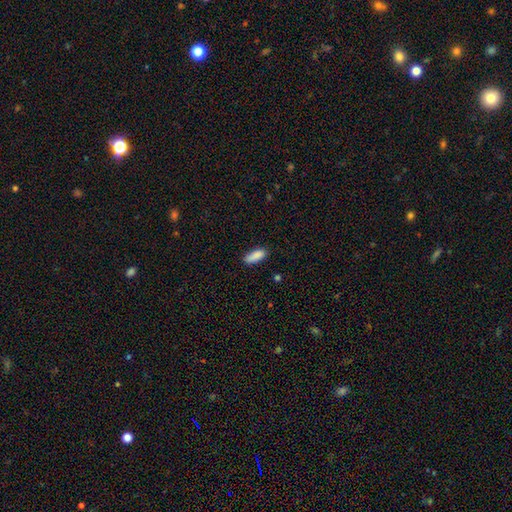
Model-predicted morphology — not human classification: A smooth galaxy with no disk features (89%) that is in between round and cigar-shaped (72%).

Vote fractions:
- Smooth or featured? smooth: 89% / star or artifact: 7% / featured or disk: 4%
- How rounded? in between: 72% / cigar-shaped: 27% / round: 2%
- Merging? none: 80% / minor disturbance: 16% / major disturbance: 3% / merger: 2%